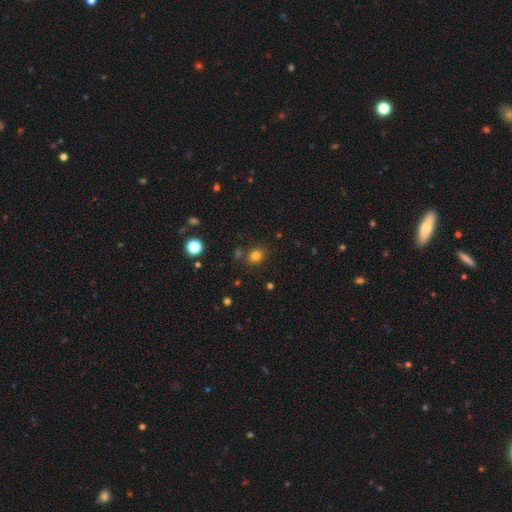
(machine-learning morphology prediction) The model was most divided on "how rounded": round: 70%, in between: 29%, cigar-shaped: 1%. More confident: merging — none (80%); smooth or featured — smooth (79%).